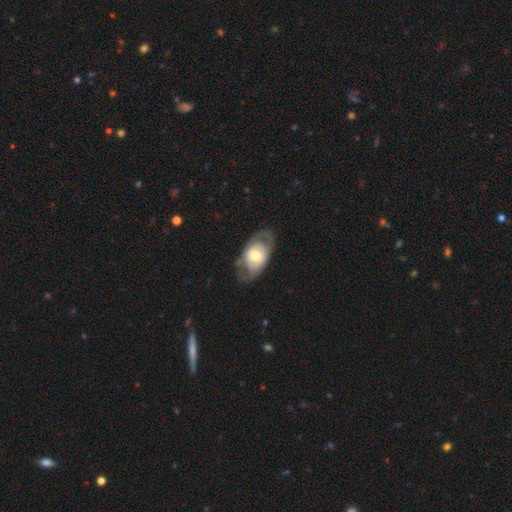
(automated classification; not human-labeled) smooth-or-featured: featured or disk: 53% | smooth: 42% | star or artifact: 5%
  disk-edge-on: no: 89% | yes: 11%
  merging: none: 69% | minor disturbance: 18% | major disturbance: 12% | merger: 2%